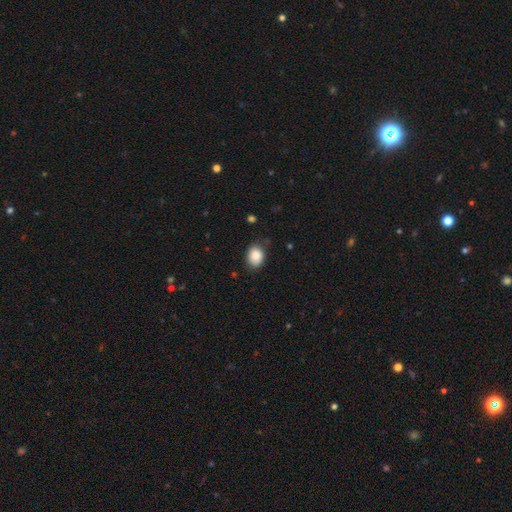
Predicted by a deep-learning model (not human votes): smooth 85%, star or artifact 8%, featured or disk 7%. Down the decision tree: how rounded — in between (59%); merging — none (76%).